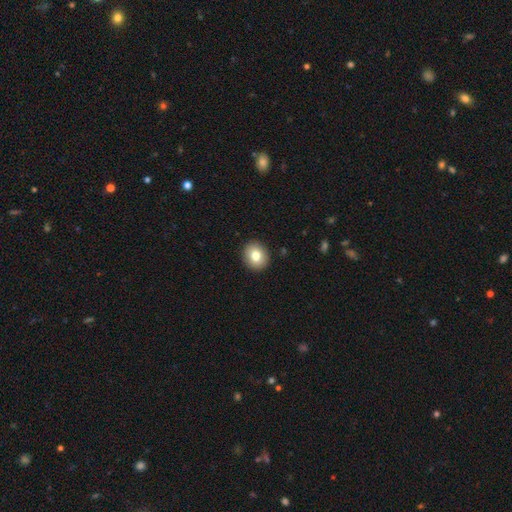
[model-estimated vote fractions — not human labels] smooth 79%, featured or disk 12%, star or artifact 9%. Down the decision tree: how rounded — round (76%); merging — none (91%).